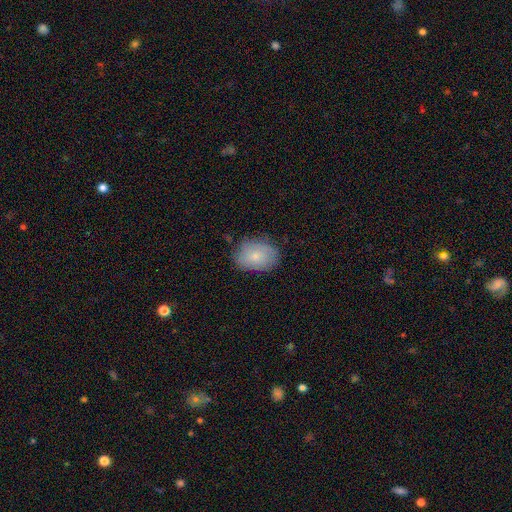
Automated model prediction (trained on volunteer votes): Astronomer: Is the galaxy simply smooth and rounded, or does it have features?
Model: smooth — 76%.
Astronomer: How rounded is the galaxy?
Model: in between — 72%.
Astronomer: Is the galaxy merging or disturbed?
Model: none — 77%.